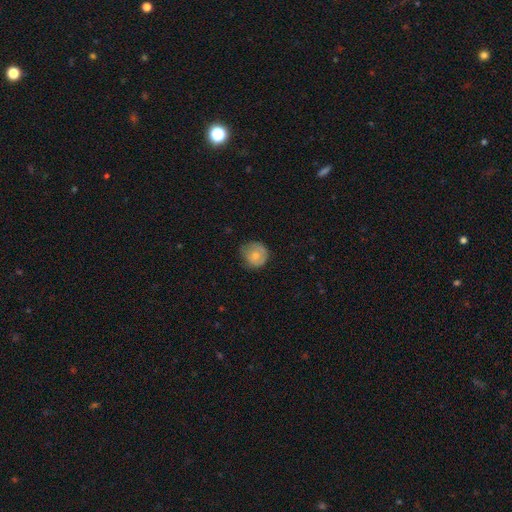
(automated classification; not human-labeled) A smooth galaxy with no disk features (73%) that is round (87%). Merging: none (64%).